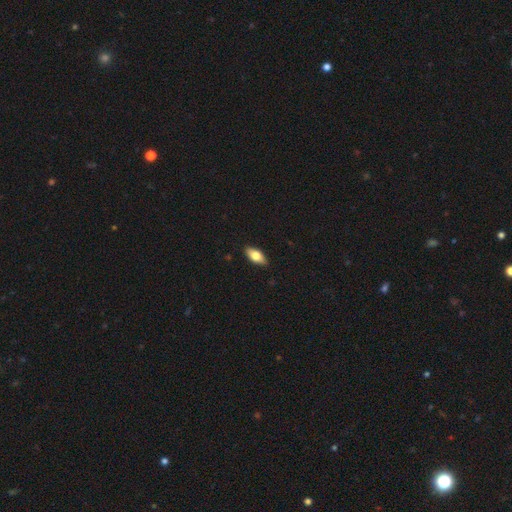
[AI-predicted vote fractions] smooth 71%, featured or disk 22%, star or artifact 6%. Down the decision tree: how rounded — in between (86%); merging — none (89%).